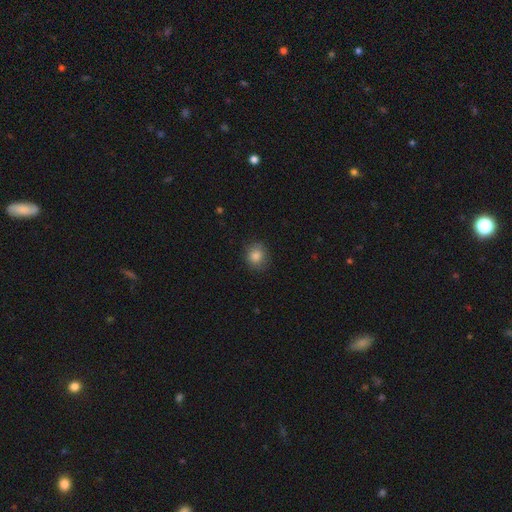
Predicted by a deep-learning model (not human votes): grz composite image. It shows a smooth galaxy with no disk features (85%) that is round (78%). Merging: none (83%).